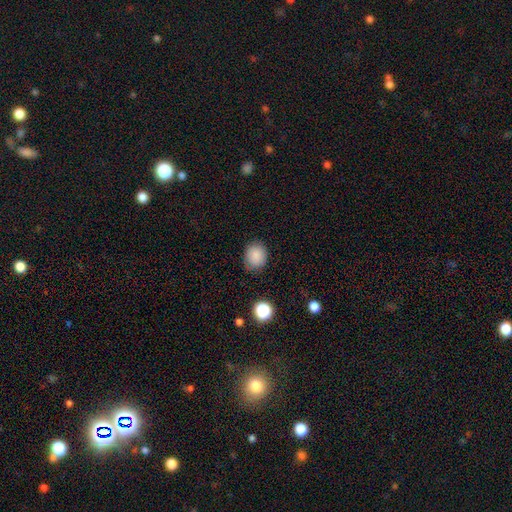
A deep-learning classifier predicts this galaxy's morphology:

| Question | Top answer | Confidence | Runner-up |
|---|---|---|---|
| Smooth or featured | smooth | 85% | star or artifact (10%) |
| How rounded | round | 65% | in between (34%) |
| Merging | none | 79% | minor disturbance (16%) |